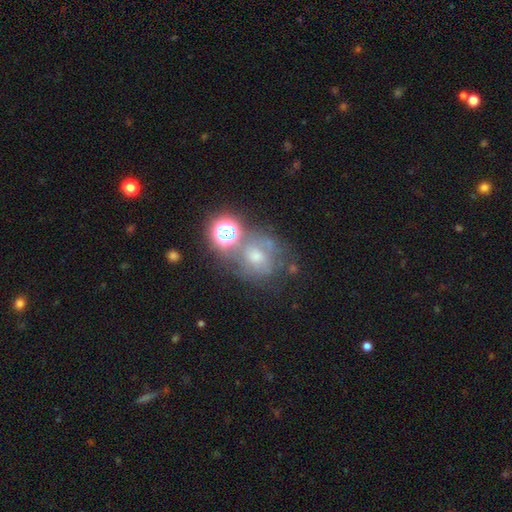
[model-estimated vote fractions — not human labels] A smooth galaxy with no disk features (44%).

Vote fractions:
- Smooth or featured? smooth: 44% / featured or disk: 31% / star or artifact: 25%
- Merging? none: 45% / merger: 22% / minor disturbance: 19% / major disturbance: 14%